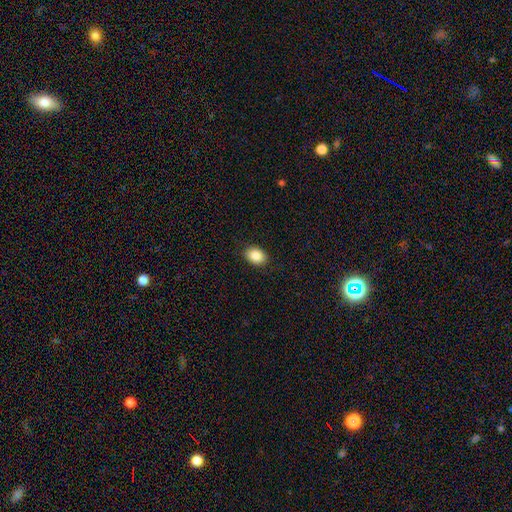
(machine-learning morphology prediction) Smooth or featured: smooth — 88% (star or artifact — 8%)
How rounded: in between — 71% (round — 28%)
Merging: none — 88% (minor disturbance — 9%)